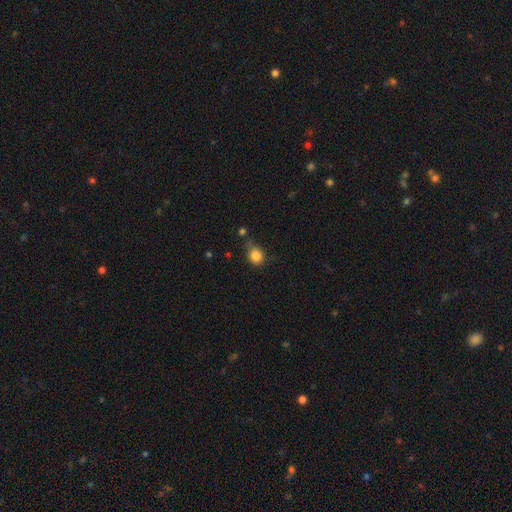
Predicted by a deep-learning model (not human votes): Smooth or featured?
  - smooth: 84% *
  - star or artifact: 11%
  - featured or disk: 5%
How rounded?
  - round: 74% *
  - in between: 25%
  - cigar-shaped: 1%
Merging?
  - none: 60% *
  - minor disturbance: 26%
  - major disturbance: 7%
  - merger: 7%